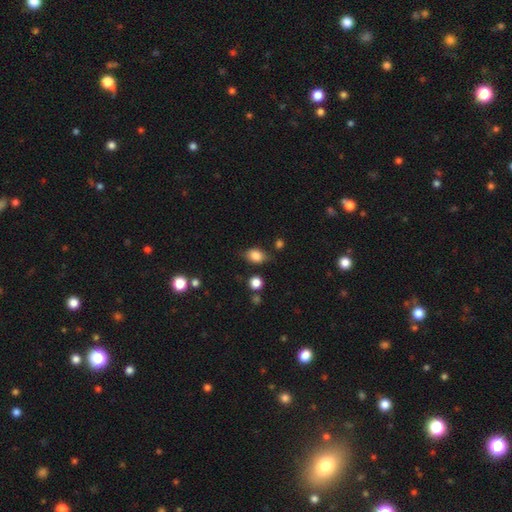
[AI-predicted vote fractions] Smooth or featured?
  - smooth: 83% *
  - star or artifact: 10%
  - featured or disk: 7%
How rounded?
  - in between: 70% *
  - round: 28%
  - cigar-shaped: 1%
Merging?
  - none: 72% *
  - minor disturbance: 19%
  - major disturbance: 5%
  - merger: 4%